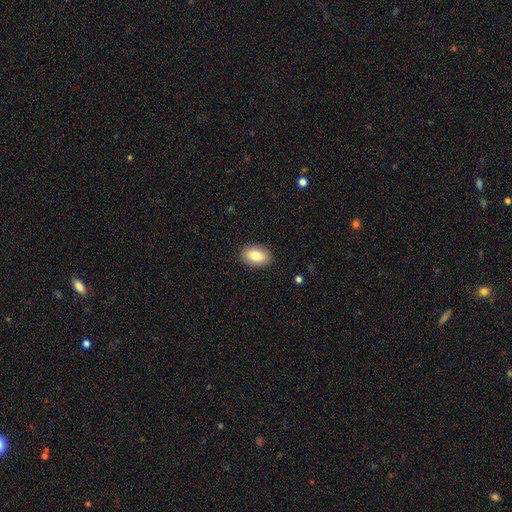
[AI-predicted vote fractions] Overall: smooth (81%). How rounded: in between (89%). Merging: none (89%).